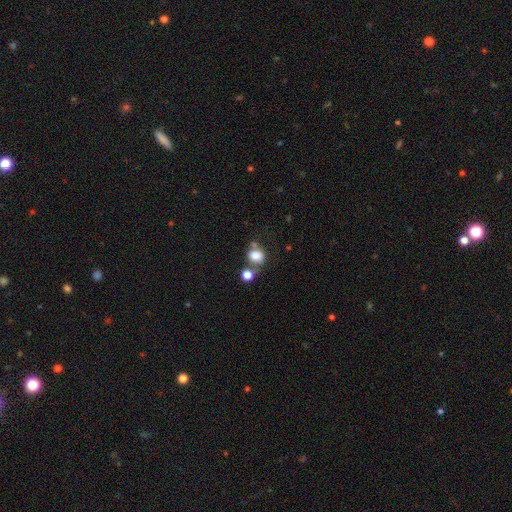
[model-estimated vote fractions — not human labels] smooth 77%, star or artifact 12%, featured or disk 11%. Down the decision tree: how rounded — round (56%); merging — none (45%).